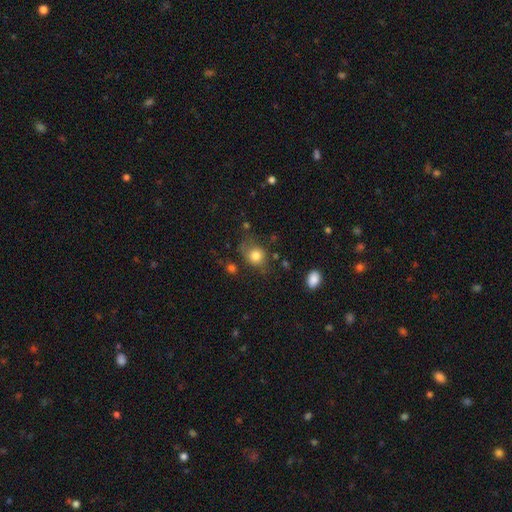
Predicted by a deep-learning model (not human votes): Morphology: type=smooth (78%); roundness=round (65%); merging=none (59%).